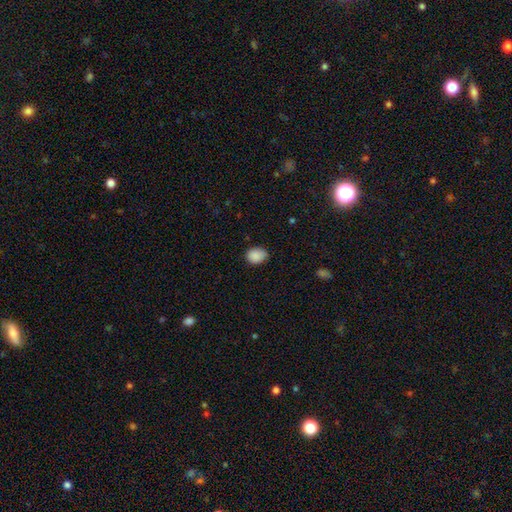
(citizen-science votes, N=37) Q: Smooth or featured?
A: smooth (97%); runner-up: star or artifact (3%)
Q: How rounded?
A: in between (56%); runner-up: round (44%)
Q: Merging?
A: none (56%); runner-up: minor disturbance (36%)